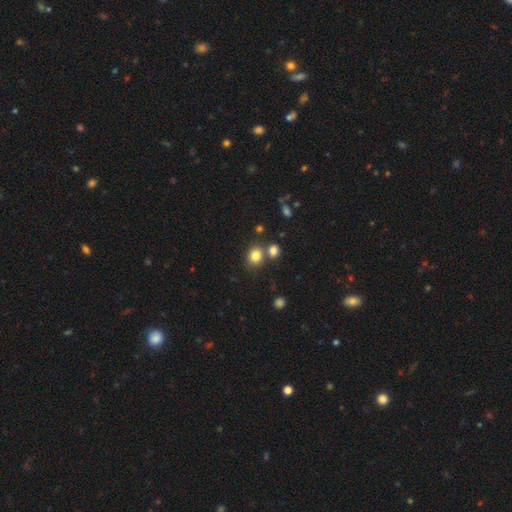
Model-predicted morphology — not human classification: Smooth or featured? smooth (81%)
How rounded? round (67%)
Merging? none (67%)